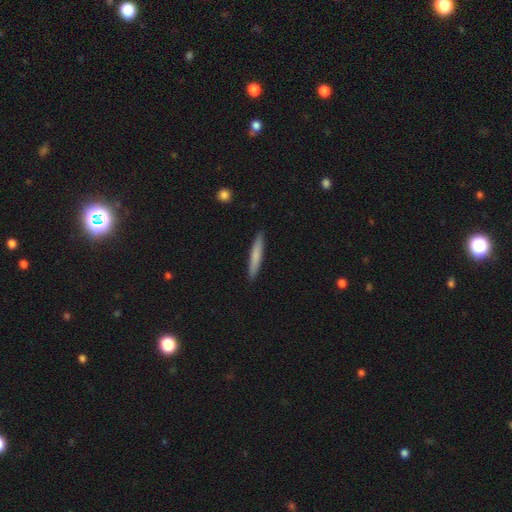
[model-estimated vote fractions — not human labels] Smooth or featured: smooth — 74% (featured or disk — 20%)
How rounded: cigar-shaped — 94% (in between — 5%)
Merging: none — 90% (minor disturbance — 7%)